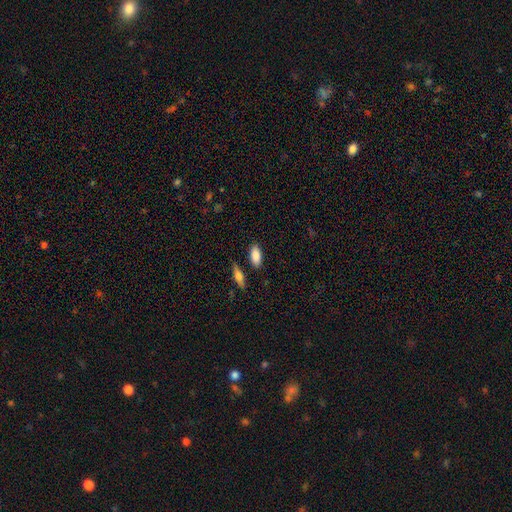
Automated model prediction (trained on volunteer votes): Smooth or featured: smooth — 85% (featured or disk — 9%)
How rounded: in between — 86% (cigar-shaped — 12%)
Merging: none — 83% (minor disturbance — 10%)